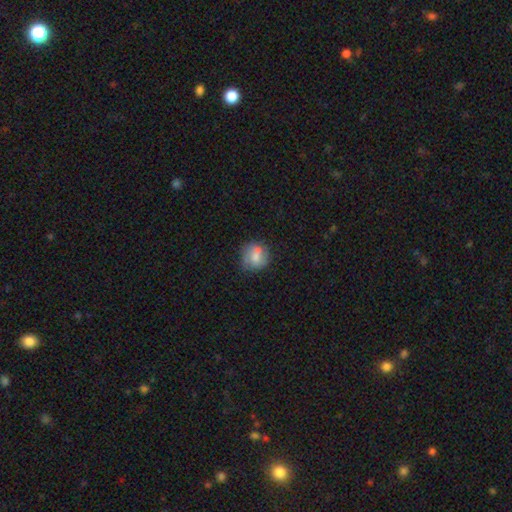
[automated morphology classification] Smooth or featured: smooth — 66% (featured or disk — 25%)
How rounded: round — 78% (in between — 21%)
Merging: none — 58% (minor disturbance — 24%)